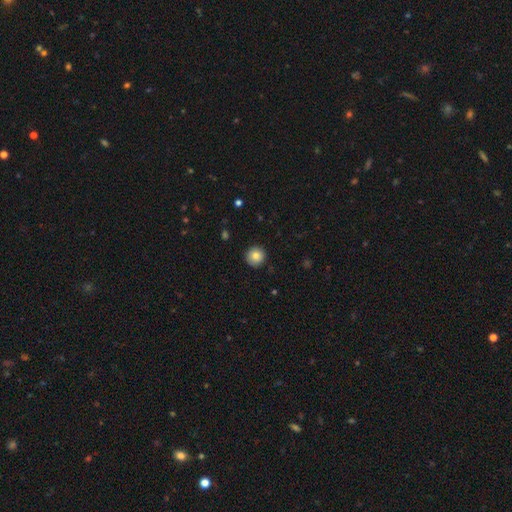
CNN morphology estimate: This appears to be a smooth galaxy with no disk features (80%) that is round (95%). Merging: none (91%).